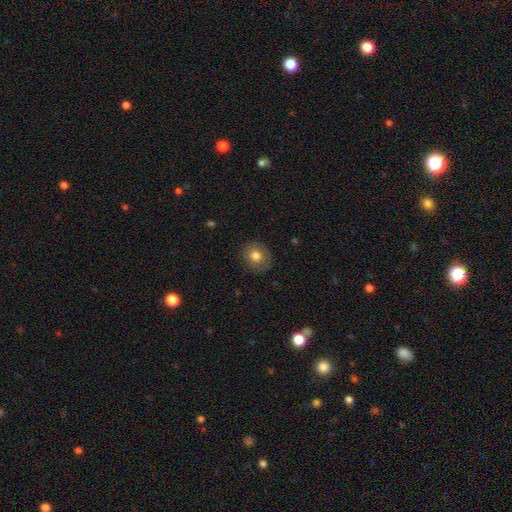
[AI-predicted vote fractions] Smooth or featured? Predicted: smooth (p=0.75). How rounded? Predicted: round (p=0.73). Merging? Predicted: none (p=0.85).